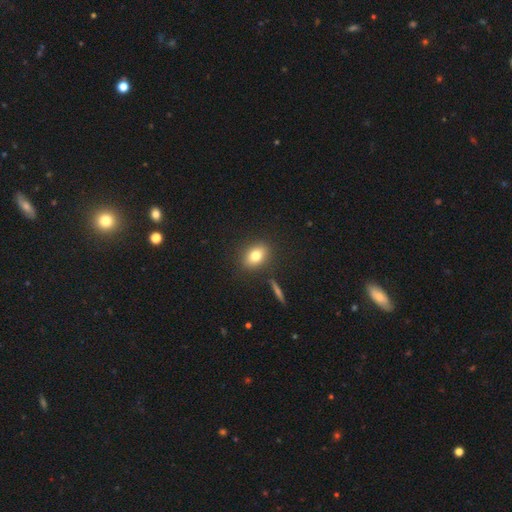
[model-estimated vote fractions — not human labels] smooth 77%, featured or disk 13%, star or artifact 10%. Down the decision tree: how rounded — in between (67%); merging — none (85%).